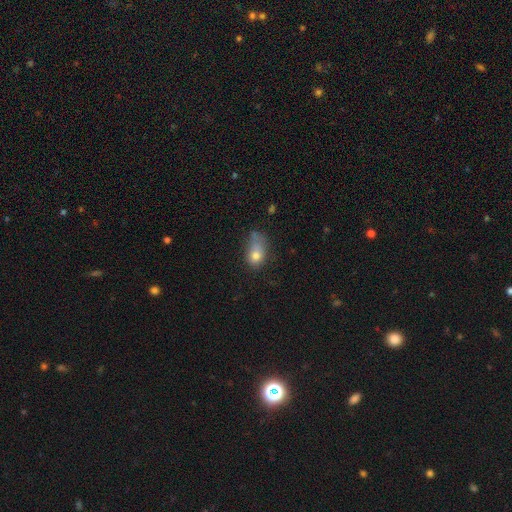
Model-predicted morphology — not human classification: The model was most divided on "merging": minor disturbance: 34%, none: 28%, major disturbance: 27%, merger: 11%. More confident: how rounded — in between (74%); smooth or featured — smooth (74%).